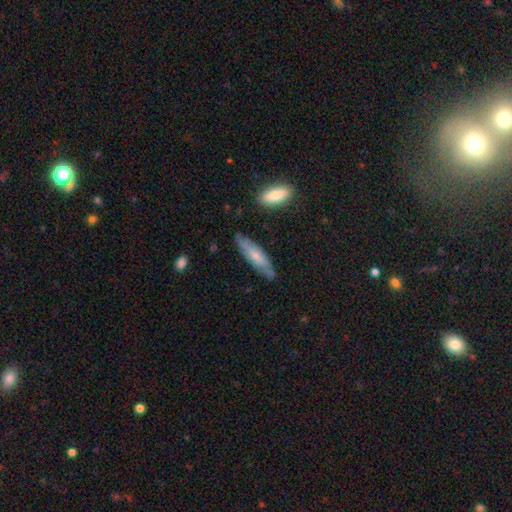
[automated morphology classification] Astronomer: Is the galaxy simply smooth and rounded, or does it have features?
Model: smooth — 57% (runner-up: featured or disk, 37%).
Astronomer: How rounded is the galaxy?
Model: cigar-shaped — 68%.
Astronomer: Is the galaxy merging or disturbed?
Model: none — 76%.